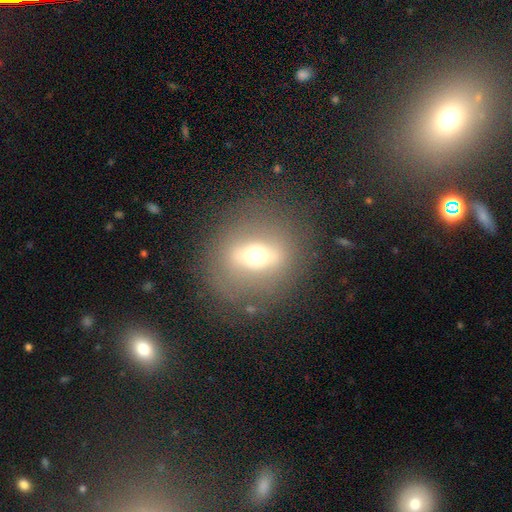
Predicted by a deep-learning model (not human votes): smooth-or-featured: featured or disk: 46% | smooth: 41% | star or artifact: 12%
  merging: none: 80% | minor disturbance: 11% | major disturbance: 8% | merger: 2%